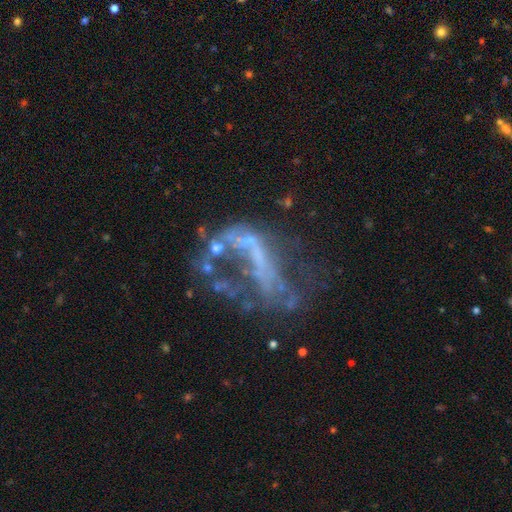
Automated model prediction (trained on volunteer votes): Q: Smooth or featured?
A: featured or disk (68%); runner-up: star or artifact (19%)
Q: Edge-on disk?
A: no (95%); runner-up: yes (5%)
Q: Bar?
A: no (71%); runner-up: weak (16%)
Q: Spiral arms?
A: no (80%); runner-up: yes (20%)
Q: Bulge size?
A: none (76%); runner-up: small (14%)
Q: Merging?
A: major disturbance (44%); runner-up: none (27%)